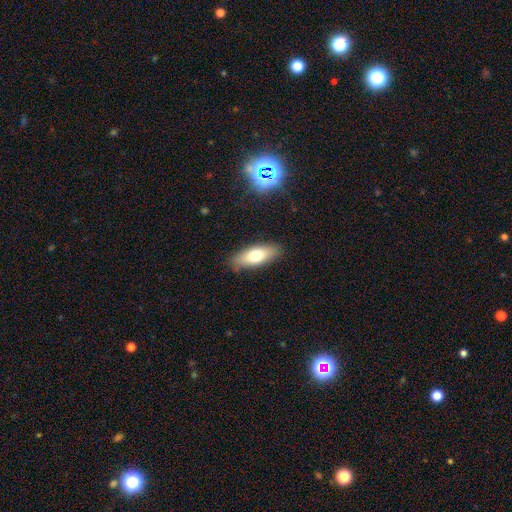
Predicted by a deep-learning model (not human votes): smooth_or_featured: smooth (p=0.71) [alt: featured or disk p=0.22]
how_rounded: in between (p=0.71) [alt: cigar-shaped p=0.27]
merging: none (p=0.86) [alt: minor disturbance p=0.10]